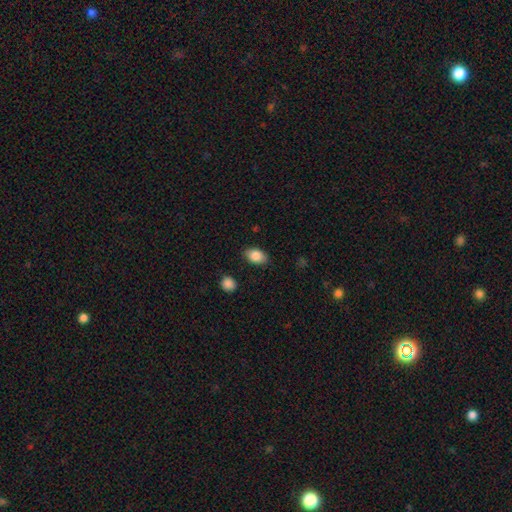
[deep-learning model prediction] This is clearly a smooth galaxy (86%). How rounded: clearly in between (89%). Merging: clearly none (85%).